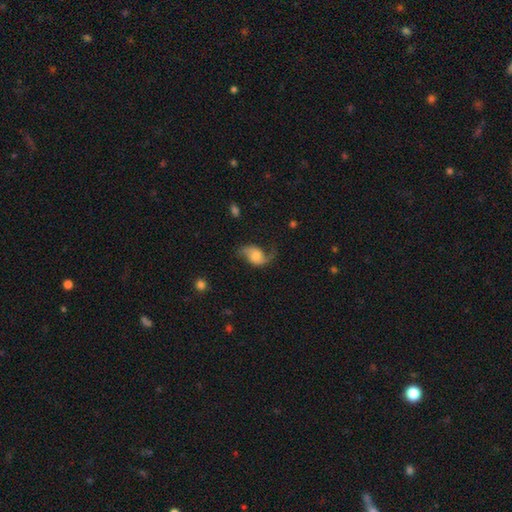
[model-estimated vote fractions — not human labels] Morphology: type=featured or disk (69%); edge-on=no (97%); bar=no (66%); spiral arms=yes (93%); winding=loose (75%); arm count=2 (88%); bulge=moderate (36%); merging=none (59%).